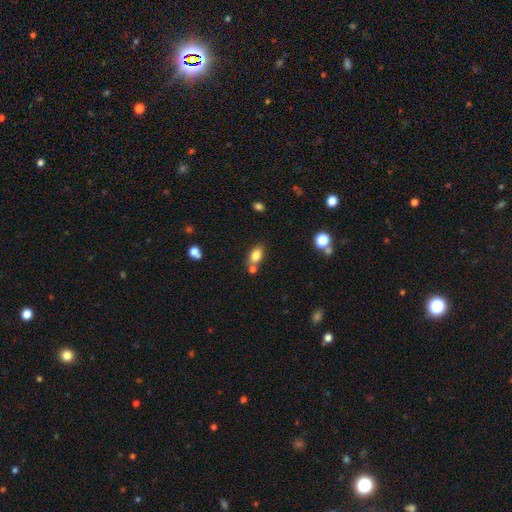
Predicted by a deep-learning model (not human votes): Smooth or featured? Predicted: smooth (p=0.81). How rounded? Predicted: in between (p=0.84). Merging? Predicted: none (p=0.62).